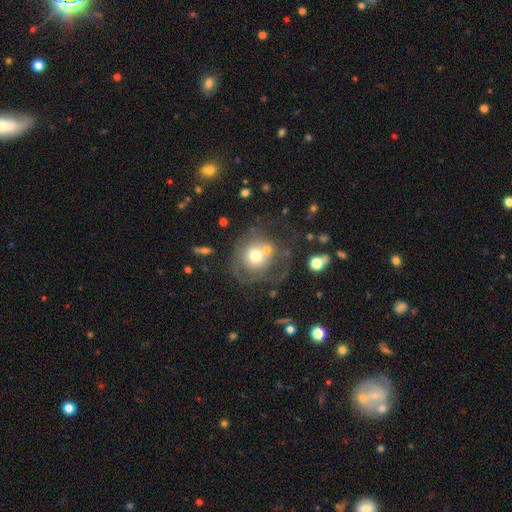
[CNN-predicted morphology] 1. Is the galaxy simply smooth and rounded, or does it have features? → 55% smooth, 35% featured or disk, 10% star or artifact.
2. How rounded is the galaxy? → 86% round, 13% in between, 1% cigar-shaped.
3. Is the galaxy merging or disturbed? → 41% none, 26% major disturbance, 18% minor disturbance, 16% merger.